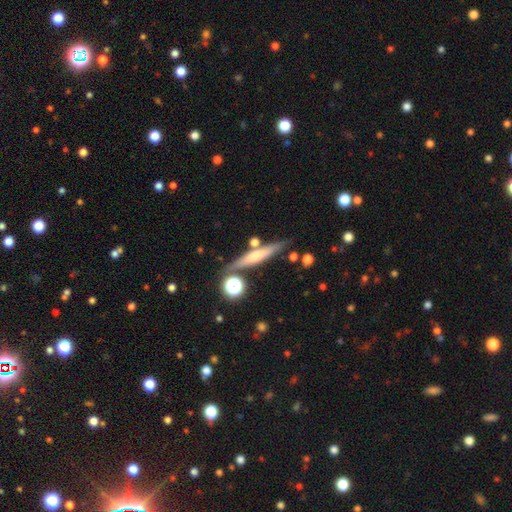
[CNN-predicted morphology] Smooth or featured?
  - featured or disk: 52% *
  - smooth: 39%
  - star or artifact: 9%
Edge-on disk?
  - yes: 94% *
  - no: 6%
Merging?
  - none: 79% *
  - minor disturbance: 11%
  - merger: 8%
  - major disturbance: 3%